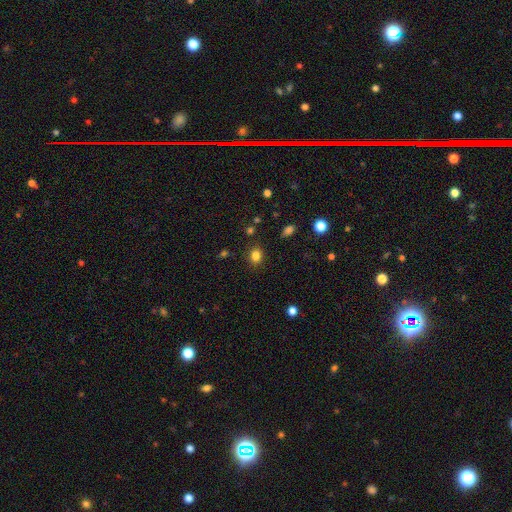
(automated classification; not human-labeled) This appears to be a smooth galaxy with no disk features (83%) that is round (55%). Merging: none (86%).